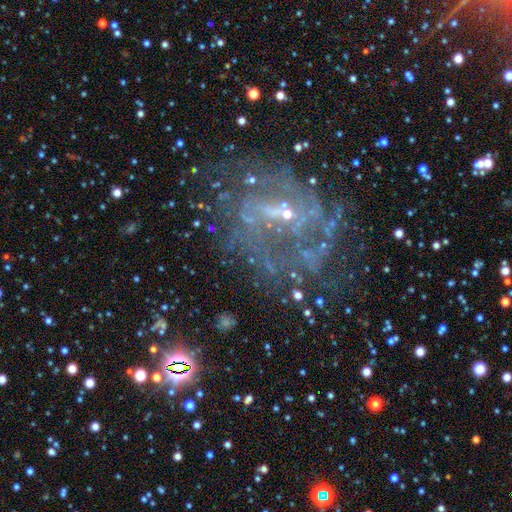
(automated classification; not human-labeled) Smooth or featured? Predicted: featured or disk (p=0.68). Edge-on disk? Predicted: no (p=0.97). Bar? Predicted: weak (p=0.44). Spiral arms? Predicted: yes (p=0.73). Bulge size? Predicted: small (p=0.67). Merging? Predicted: none (p=0.51).